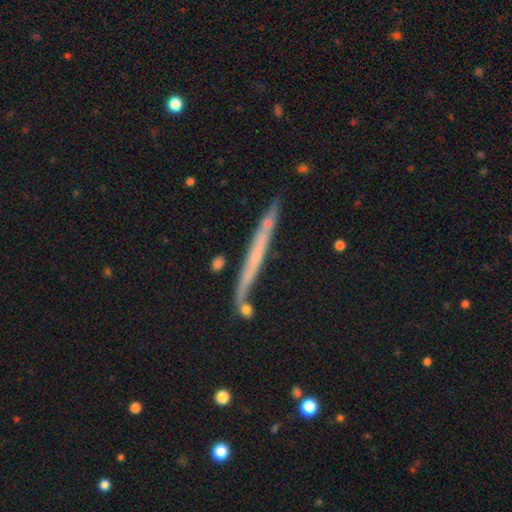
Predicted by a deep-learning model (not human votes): Smooth or featured: featured or disk — 53% (smooth — 38%)
Edge-on disk: yes — 93% (no — 7%)
Merging: none — 79% (minor disturbance — 14%)